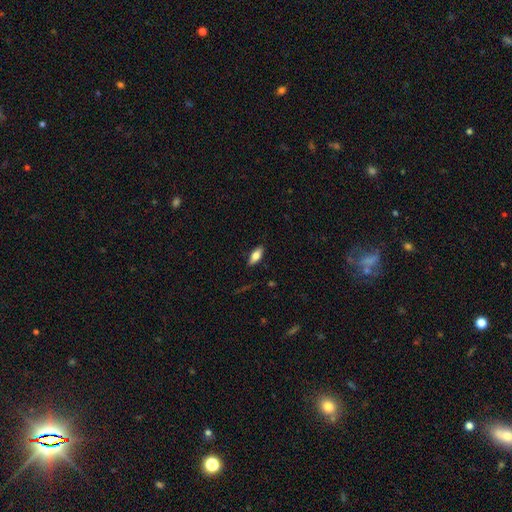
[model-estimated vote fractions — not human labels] The model was most divided on "smooth or featured": smooth: 74%, featured or disk: 20%, star or artifact: 7%. More confident: merging — none (86%); how rounded — in between (80%).